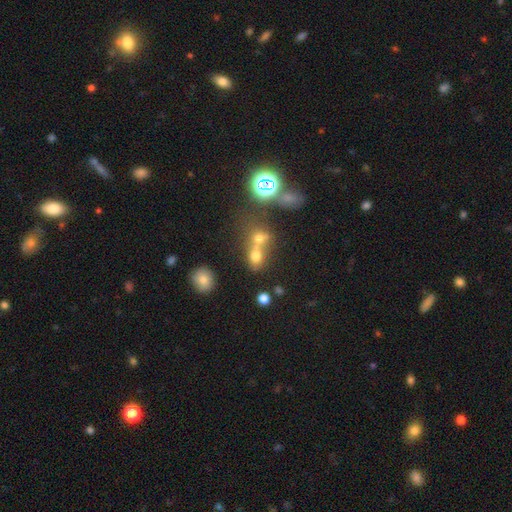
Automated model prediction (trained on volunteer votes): This is likely a smooth galaxy (64%). How rounded: possibly round (57%). Merging: possibly merger (58%).